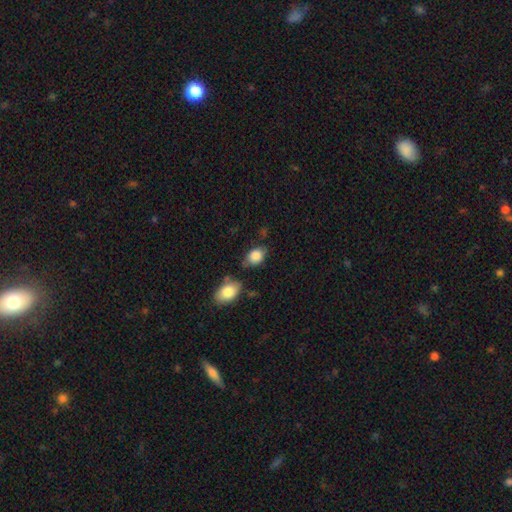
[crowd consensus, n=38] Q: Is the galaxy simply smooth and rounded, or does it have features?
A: smooth — 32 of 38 (84%).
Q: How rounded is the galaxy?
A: in between — 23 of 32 (72%).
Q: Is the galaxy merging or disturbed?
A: none — 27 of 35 (77%).